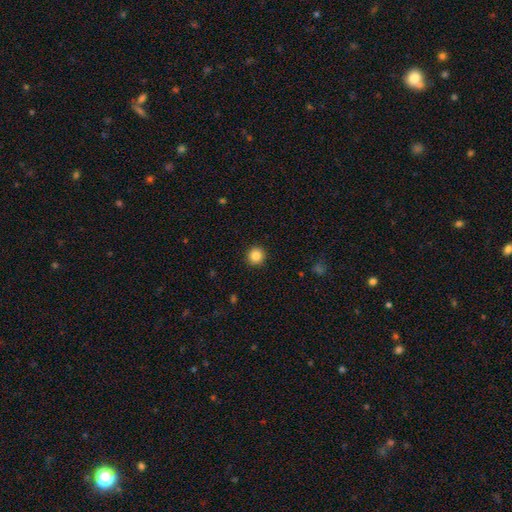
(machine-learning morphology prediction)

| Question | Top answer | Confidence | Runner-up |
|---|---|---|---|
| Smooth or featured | smooth | 86% | star or artifact (10%) |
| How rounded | round | 94% | in between (5%) |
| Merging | none | 92% | minor disturbance (5%) |